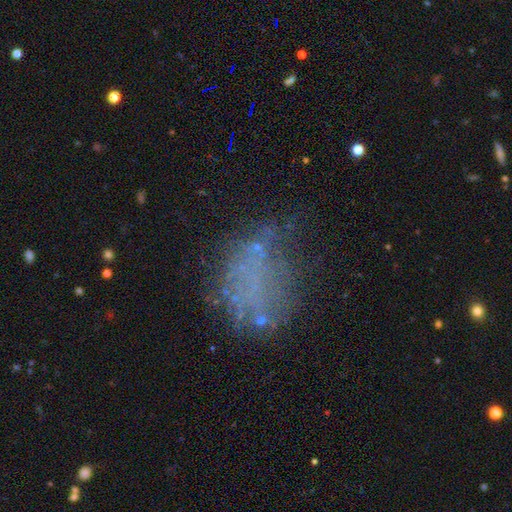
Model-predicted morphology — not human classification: Smooth or featured: featured or disk — 39% (smooth — 32%)
Merging: none — 50% (major disturbance — 25%)